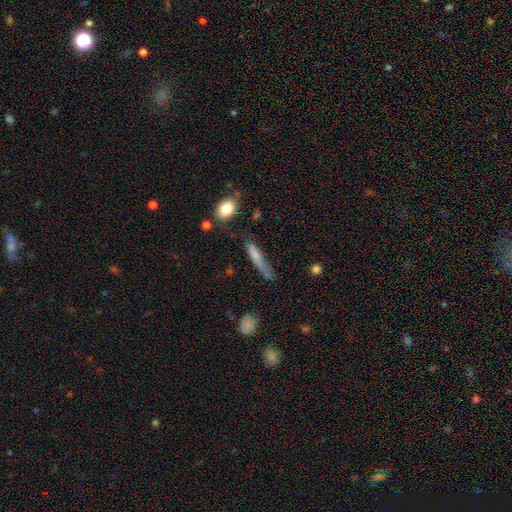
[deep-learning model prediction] Q: Smooth or featured?
A: smooth (67%); runner-up: featured or disk (24%)
Q: How rounded?
A: cigar-shaped (85%); runner-up: in between (13%)
Q: Merging?
A: none (48%); runner-up: minor disturbance (31%)